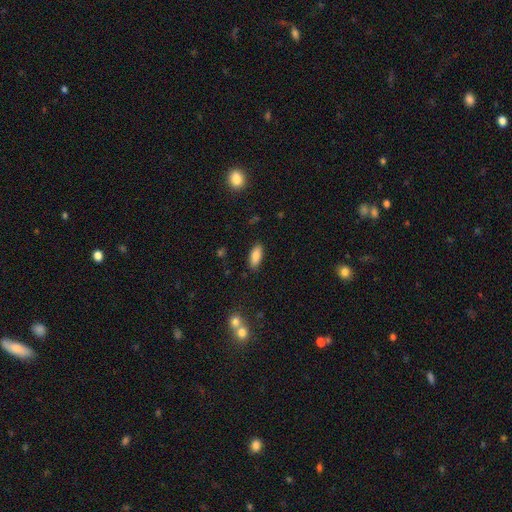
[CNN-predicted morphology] This appears to be a smooth galaxy with no disk features (86%) that is in between round and cigar-shaped (81%). Merging: none (88%).